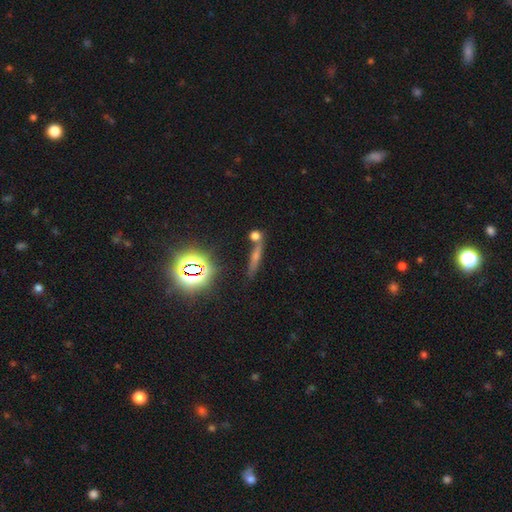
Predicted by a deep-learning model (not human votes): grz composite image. It shows a star or artifact, not a galaxy (36%).